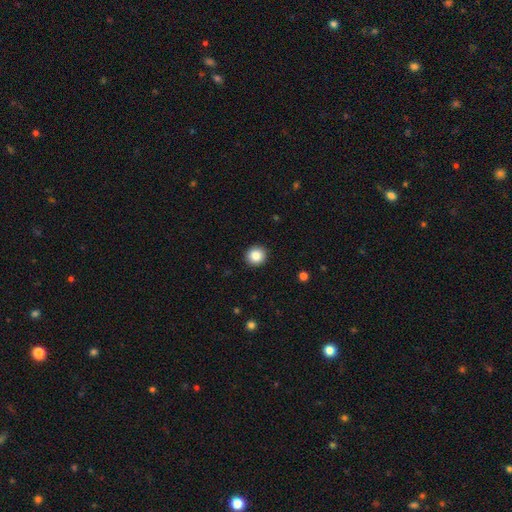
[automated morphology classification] Smooth or featured? smooth (86%)
How rounded? round (90%)
Merging? none (93%)